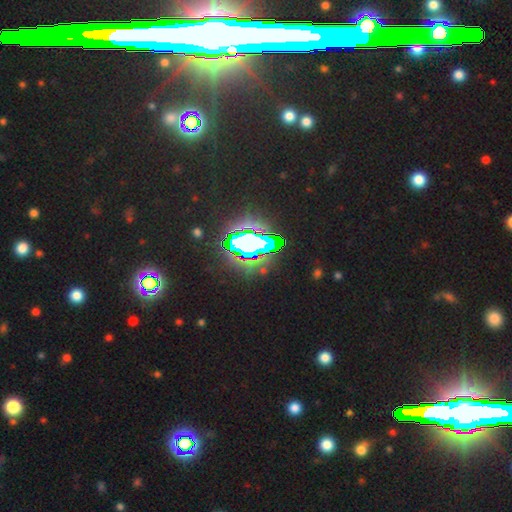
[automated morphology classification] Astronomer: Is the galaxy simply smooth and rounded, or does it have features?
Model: star or artifact — 80%.